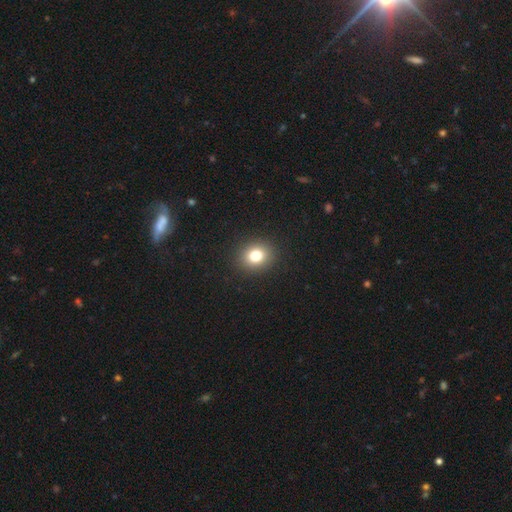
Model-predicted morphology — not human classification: Smooth or featured? Predicted: smooth (p=0.80). How rounded? Predicted: round (p=0.69). Merging? Predicted: none (p=0.92).